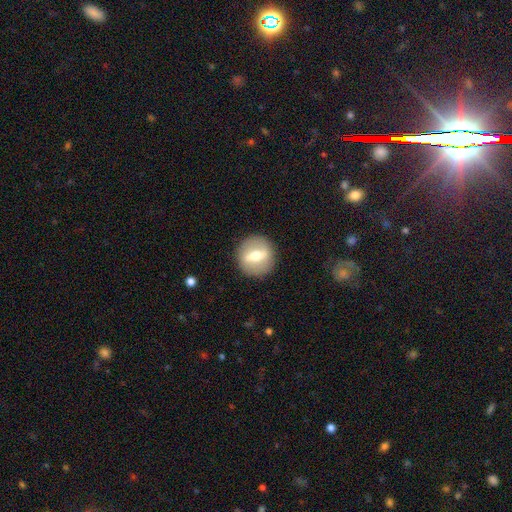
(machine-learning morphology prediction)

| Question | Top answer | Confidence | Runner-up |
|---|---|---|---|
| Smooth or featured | featured or disk | 53% | smooth (40%) |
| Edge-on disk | no | 70% | yes (30%) |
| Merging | none | 89% | minor disturbance (7%) |